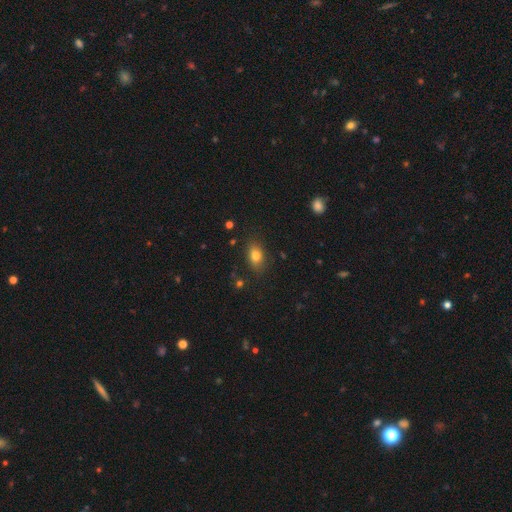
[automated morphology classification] type=smooth (78%); roundness=in between (80%); merging=none (82%).